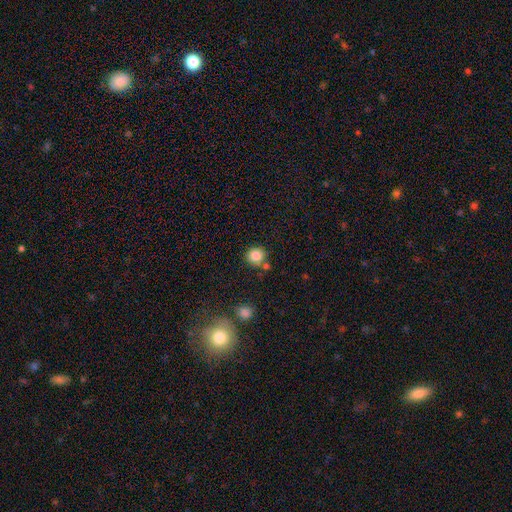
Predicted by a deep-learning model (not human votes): Smooth or featured? smooth (84%)
How rounded? round (89%)
Merging? none (75%)